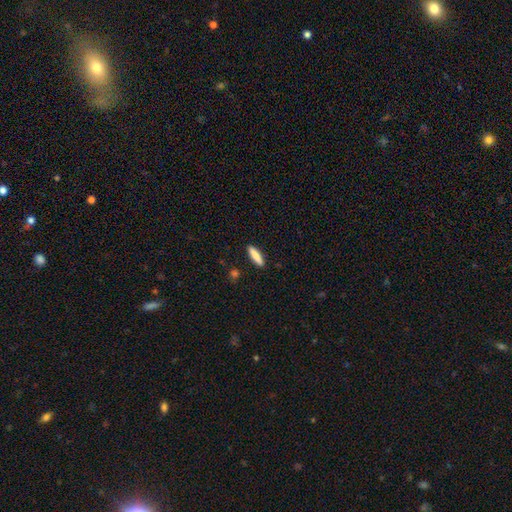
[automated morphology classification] type=smooth (80%); roundness=cigar-shaped (75%); merging=none (90%).